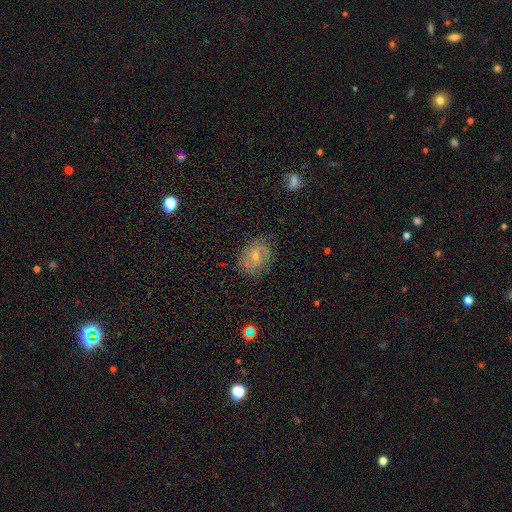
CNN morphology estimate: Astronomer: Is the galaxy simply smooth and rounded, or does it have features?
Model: featured or disk — 64%.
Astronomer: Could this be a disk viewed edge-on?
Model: no — 97%.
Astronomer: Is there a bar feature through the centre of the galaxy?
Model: no — 57% (runner-up: weak, 37%).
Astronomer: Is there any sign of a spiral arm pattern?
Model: yes — 86%.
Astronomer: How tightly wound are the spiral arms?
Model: tight — 41%, tied with medium at 41%.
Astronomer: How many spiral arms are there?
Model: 2 — 53%.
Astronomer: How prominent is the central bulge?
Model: small — 61%.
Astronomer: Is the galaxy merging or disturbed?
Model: none — 75%.